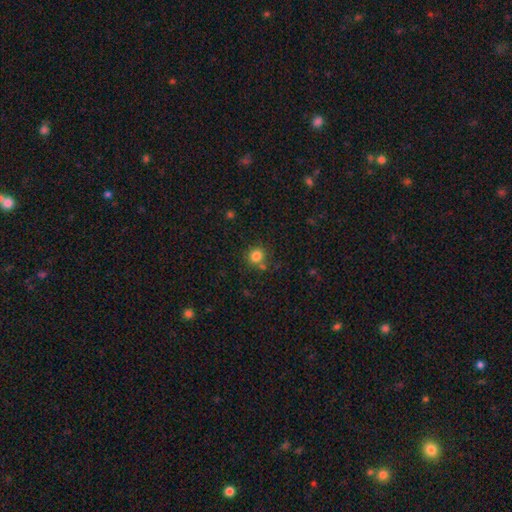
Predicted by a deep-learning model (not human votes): smooth_or_featured: smooth (p=0.82) [alt: star or artifact p=0.12]
how_rounded: round (p=0.86) [alt: in between p=0.13]
merging: none (p=0.73) [alt: merger p=0.12]